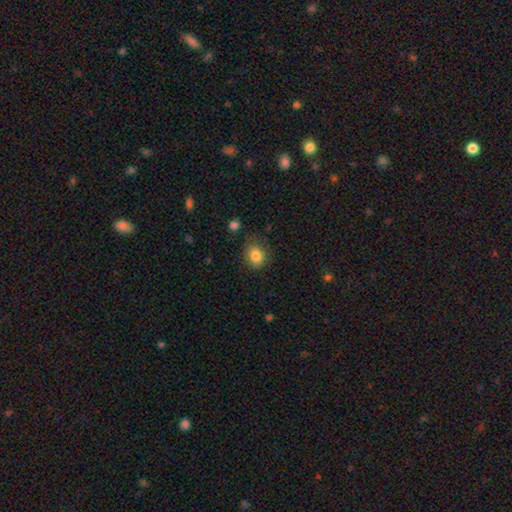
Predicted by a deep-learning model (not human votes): Smooth or featured? smooth (84%)
How rounded? in between (53%)
Merging? none (75%)